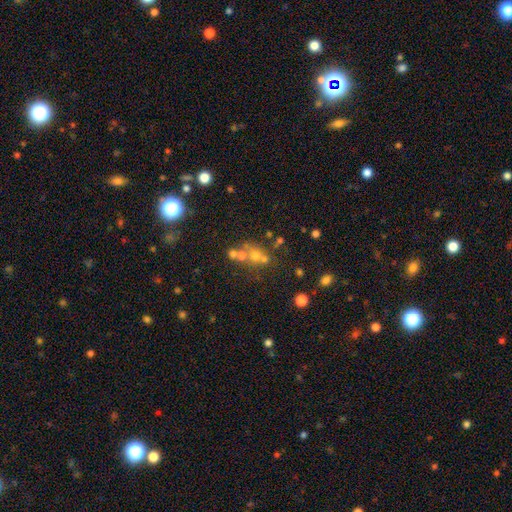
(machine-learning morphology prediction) Smooth or featured?
  - smooth: 43% *
  - star or artifact: 34%
  - featured or disk: 23%
Merging?
  - none: 46% *
  - merger: 39%
  - minor disturbance: 9%
  - major disturbance: 6%